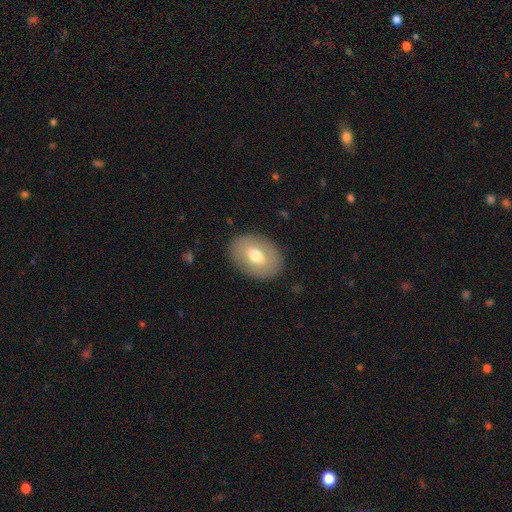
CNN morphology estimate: type=smooth (61%); roundness=in between (76%); merging=none (86%).